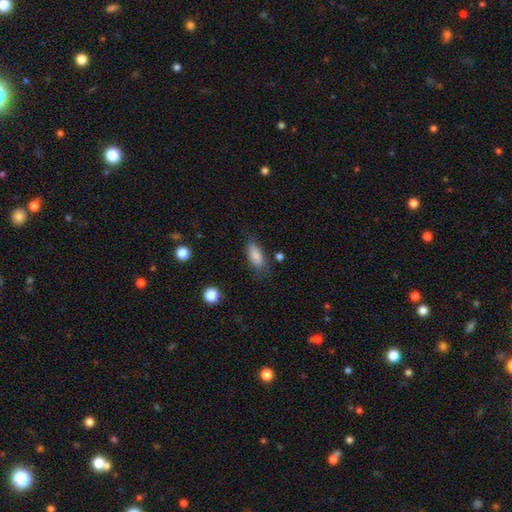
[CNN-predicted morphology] type=smooth (86%); roundness=in between (83%); merging=none (76%).